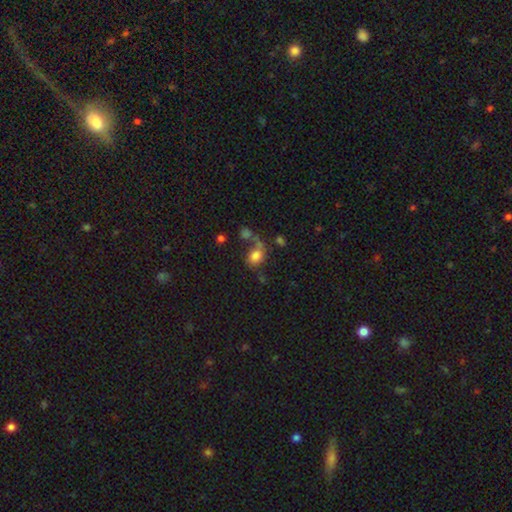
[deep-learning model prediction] smooth 74%, featured or disk 13%, star or artifact 12%. Down the decision tree: how rounded — in between (50%); merging — none (41%).